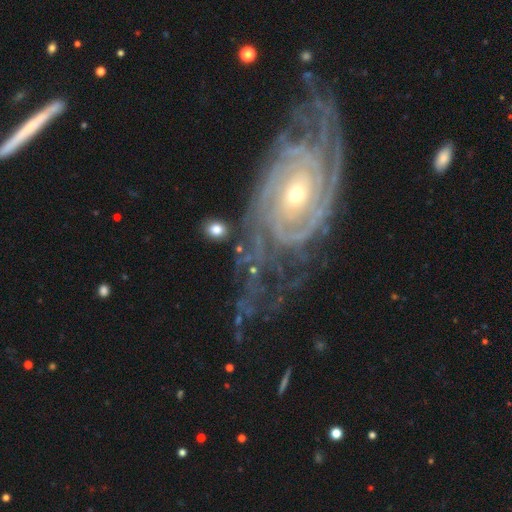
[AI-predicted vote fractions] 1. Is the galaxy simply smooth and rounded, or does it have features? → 91% featured or disk, 6% star or artifact, 4% smooth.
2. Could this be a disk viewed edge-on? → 96% no, 4% yes.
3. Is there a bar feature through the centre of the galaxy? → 66% no, 22% weak, 13% strong.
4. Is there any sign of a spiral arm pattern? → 98% yes, 2% no.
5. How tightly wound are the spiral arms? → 79% tight, 17% medium, 4% loose.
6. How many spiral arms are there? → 26% can't tell, 19% 2, 17% 4, 17% 3, 14% more than 4, 8% 1.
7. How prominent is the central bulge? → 59% small, 37% moderate, 2% large, 1% dominant, 1% none.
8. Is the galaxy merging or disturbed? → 62% none, 19% minor disturbance, 16% major disturbance, 3% merger.